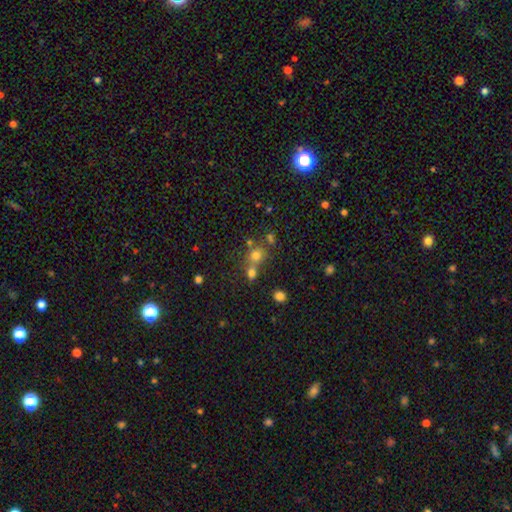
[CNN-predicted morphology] A smooth galaxy with no disk features (62%) that is round (84%).

Vote fractions:
- Smooth or featured? smooth: 62% / star or artifact: 26% / featured or disk: 12%
- How rounded? round: 84% / in between: 15% / cigar-shaped: 1%
- Merging? none: 49% / merger: 39% / minor disturbance: 7% / major disturbance: 4%